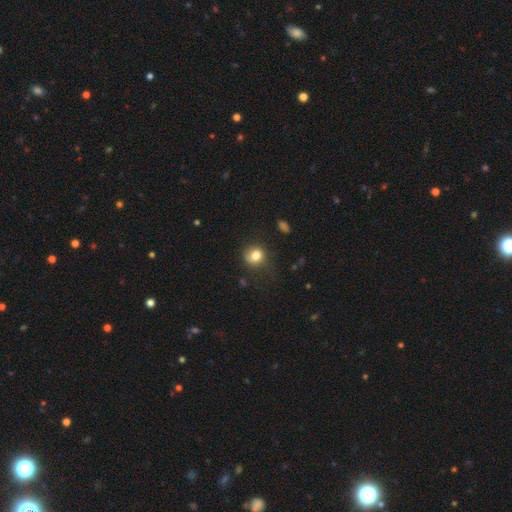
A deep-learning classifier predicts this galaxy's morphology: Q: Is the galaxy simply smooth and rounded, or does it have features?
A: smooth — 81%.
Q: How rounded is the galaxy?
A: round — 71%.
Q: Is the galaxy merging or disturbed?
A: none — 65%.